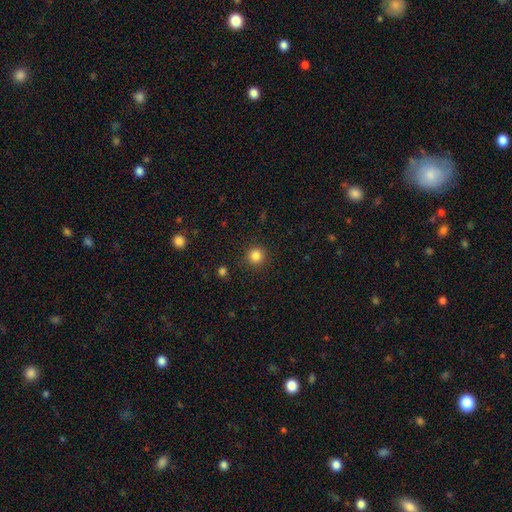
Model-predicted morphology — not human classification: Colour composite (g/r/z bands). It shows a smooth galaxy with no disk features (84%) that is round (94%). Merging: none (91%).